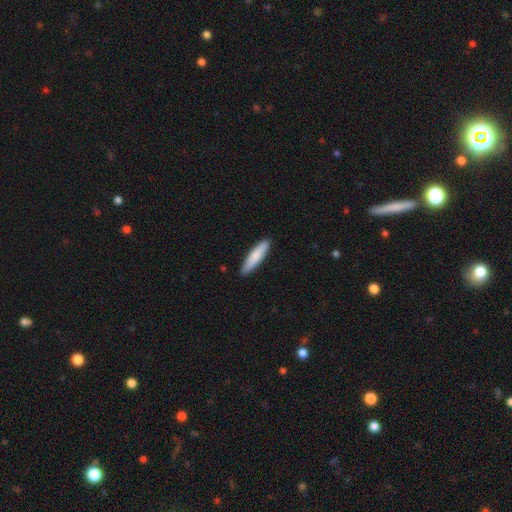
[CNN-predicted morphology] smooth 82%, featured or disk 13%, star or artifact 5%. Down the decision tree: how rounded — cigar-shaped (80%); merging — none (89%).